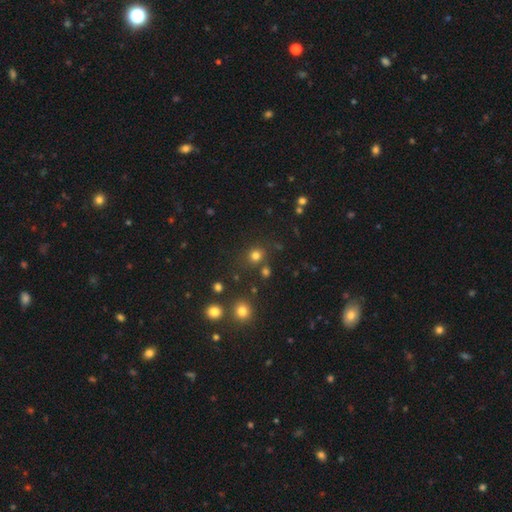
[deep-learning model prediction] A smooth galaxy with no disk features (75%) that is round (84%).

Vote fractions:
- Smooth or featured? smooth: 75% / star or artifact: 19% / featured or disk: 6%
- How rounded? round: 84% / in between: 15% / cigar-shaped: 1%
- Merging? none: 79% / minor disturbance: 9% / merger: 8% / major disturbance: 4%